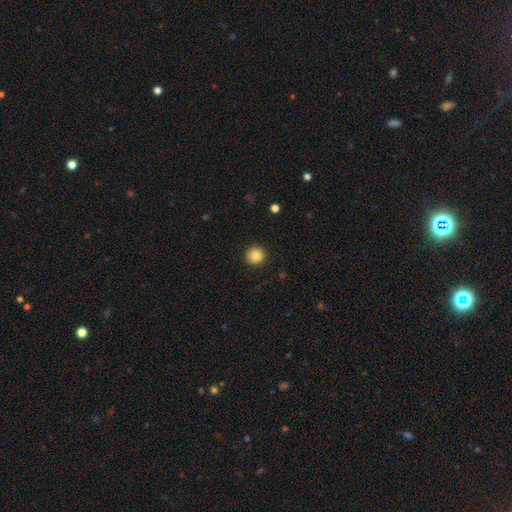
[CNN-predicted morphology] A smooth galaxy with no disk features (84%) that is round (95%).

Vote fractions:
- Smooth or featured? smooth: 84% / star or artifact: 9% / featured or disk: 6%
- How rounded? round: 95% / in between: 4% / cigar-shaped: 1%
- Merging? none: 92% / minor disturbance: 5% / major disturbance: 2% / merger: 1%